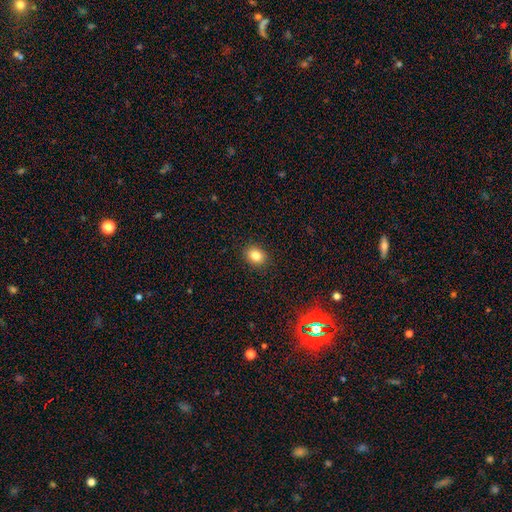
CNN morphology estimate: smooth 83%, star or artifact 11%, featured or disk 6%. Down the decision tree: how rounded — round (54%); merging — none (90%).